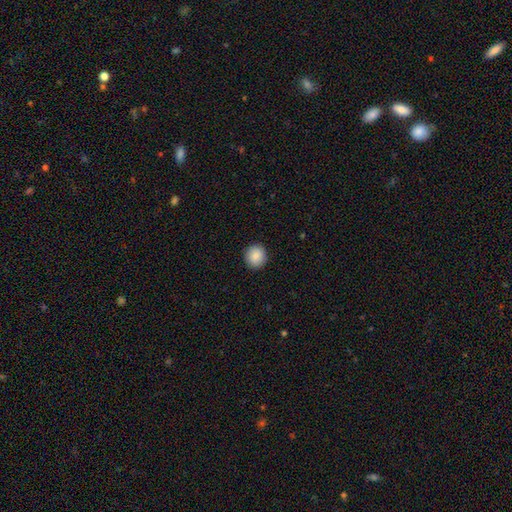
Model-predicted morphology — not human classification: Smooth or featured? Predicted: smooth (p=0.88). How rounded? Predicted: round (p=0.91). Merging? Predicted: none (p=0.92).